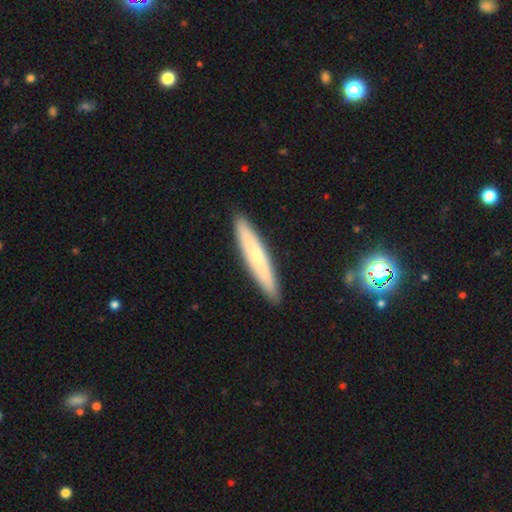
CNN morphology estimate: Smooth or featured? smooth (63%)
How rounded? cigar-shaped (92%)
Merging? none (90%)